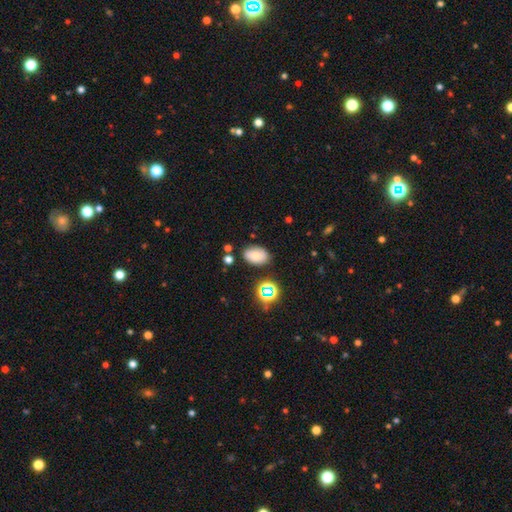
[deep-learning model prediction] The model was most divided on "smooth or featured": smooth: 71%, featured or disk: 15%, star or artifact: 14%. More confident: how rounded — in between (86%); merging — none (78%).